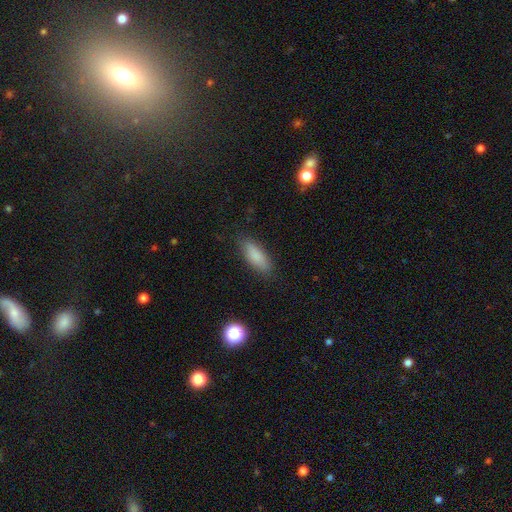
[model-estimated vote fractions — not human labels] Smooth or featured: smooth — 85% (featured or disk — 8%)
How rounded: in between — 64% (cigar-shaped — 34%)
Merging: none — 86% (minor disturbance — 11%)